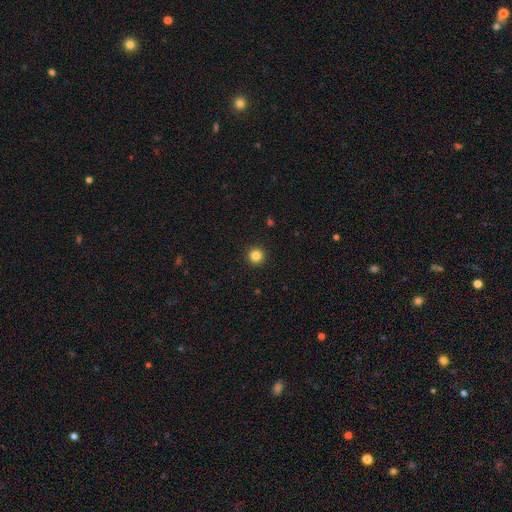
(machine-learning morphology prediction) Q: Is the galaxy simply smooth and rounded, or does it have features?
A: smooth — 84%.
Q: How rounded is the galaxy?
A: round — 96%.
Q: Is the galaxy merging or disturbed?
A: none — 94%.